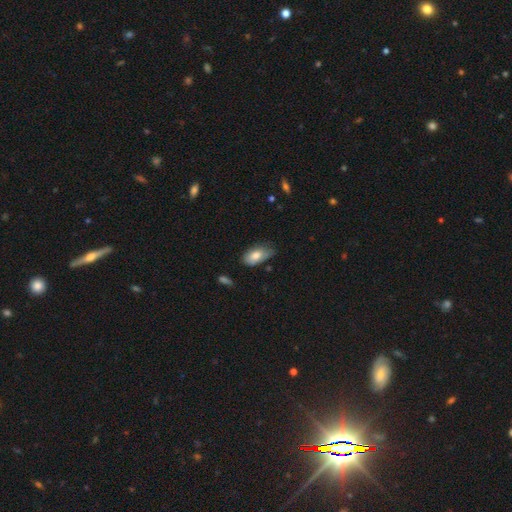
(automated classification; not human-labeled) The model was most divided on "merging": none: 48%, minor disturbance: 41%, major disturbance: 9%, merger: 3%. More confident: how rounded — in between (92%); smooth or featured — smooth (75%).